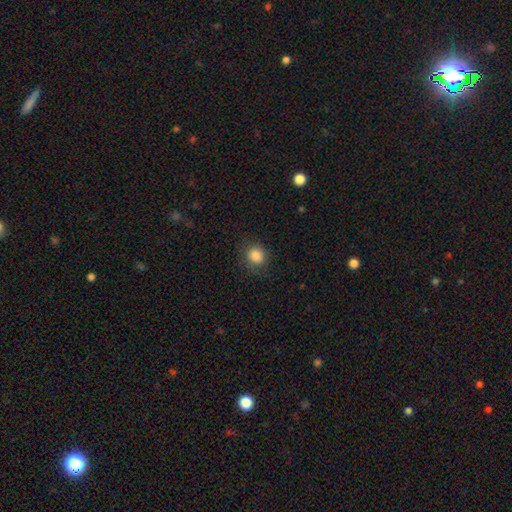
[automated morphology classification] smooth 86%, star or artifact 10%, featured or disk 4%. Down the decision tree: how rounded — round (84%); merging — none (83%).